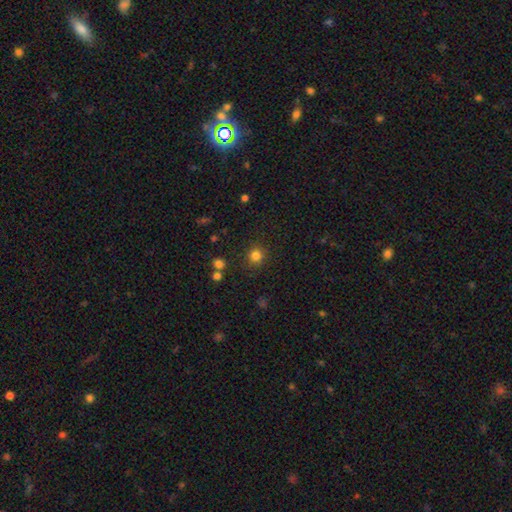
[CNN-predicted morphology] Q: Smooth or featured?
A: smooth (82%); runner-up: star or artifact (14%)
Q: How rounded?
A: round (91%); runner-up: in between (8%)
Q: Merging?
A: none (86%); runner-up: minor disturbance (8%)